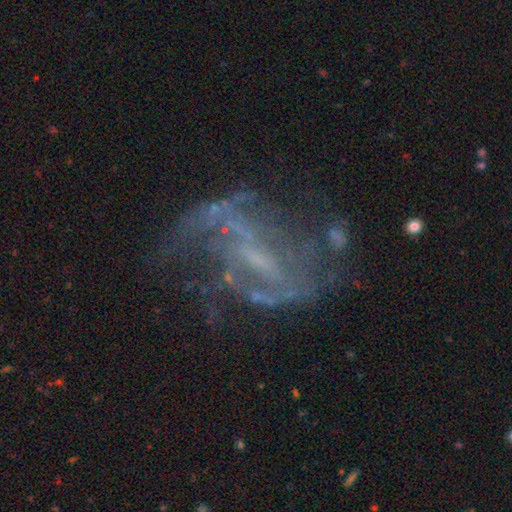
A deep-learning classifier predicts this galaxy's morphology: A featured or disk galaxy (76%) with a weak bar (42%), 2 (48%) loose (56%) spiral arms (72%) and no central bulge (48%). Merging: none (44%).